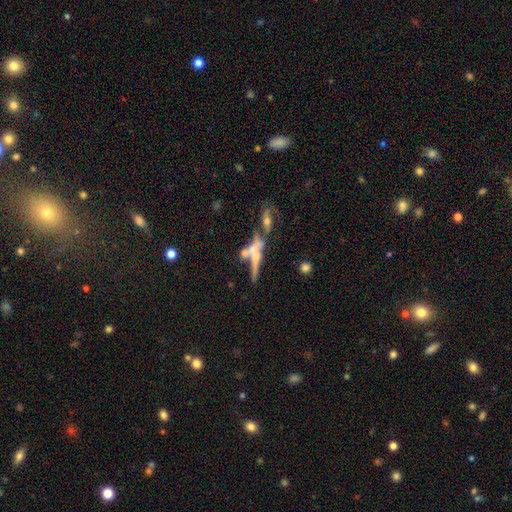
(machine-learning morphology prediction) The model was most divided on "merging": merger: 41%, none: 36%, minor disturbance: 13%, major disturbance: 10%. More confident: edge-on disk — yes (74%); smooth or featured — featured or disk (60%).